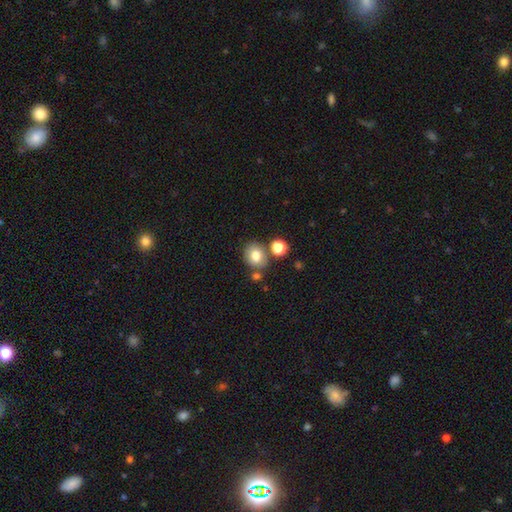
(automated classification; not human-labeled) Q: Smooth or featured?
A: smooth (77%); runner-up: star or artifact (12%)
Q: How rounded?
A: round (64%); runner-up: in between (35%)
Q: Merging?
A: none (71%); runner-up: merger (14%)